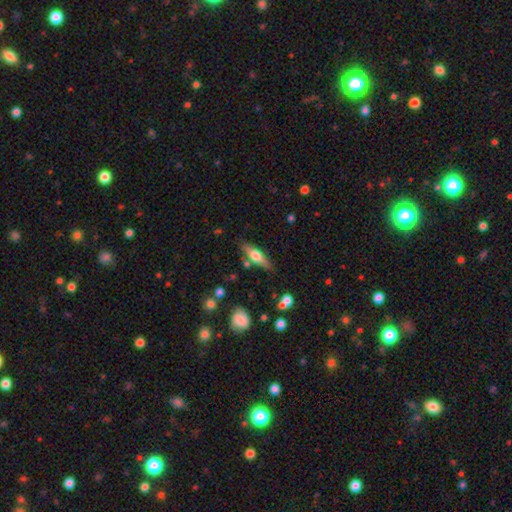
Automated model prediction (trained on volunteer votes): This appears to be a featured or disk galaxy (47%). Merging: none (78%).